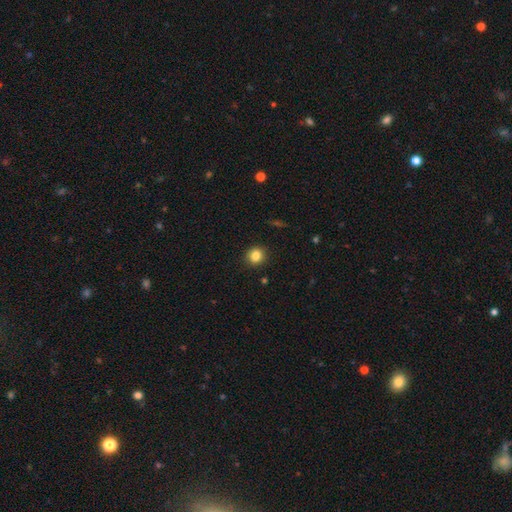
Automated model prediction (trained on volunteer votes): A smooth galaxy with no disk features (84%) that is round (84%). Merging: none (90%).